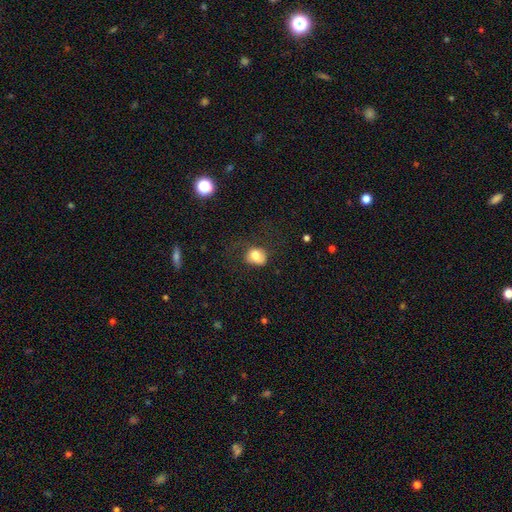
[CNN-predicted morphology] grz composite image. It shows a smooth galaxy with no disk features (75%) that is round (61%). Merging: none (57%).